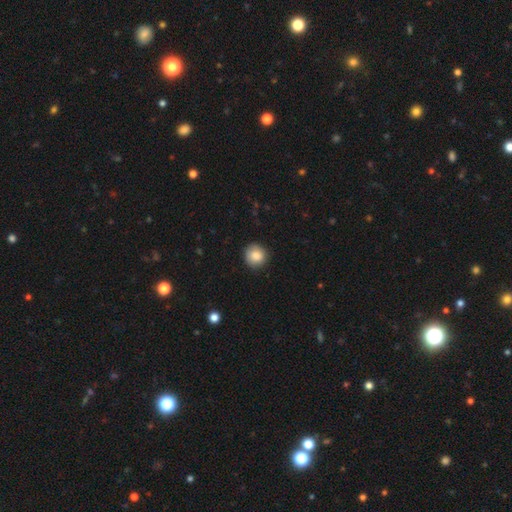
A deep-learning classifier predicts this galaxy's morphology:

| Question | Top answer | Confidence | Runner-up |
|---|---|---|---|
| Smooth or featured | smooth | 86% | star or artifact (8%) |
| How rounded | round | 92% | in between (7%) |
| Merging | none | 87% | minor disturbance (10%) |